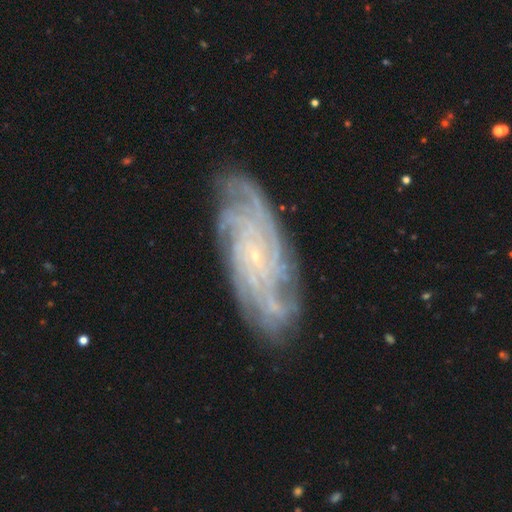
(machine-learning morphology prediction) A featured or disk galaxy (87%) with no bar (73%), 4 (26%) tight (72%) spiral arms (97%) and a small central bulge (87%). Merging: none (81%).